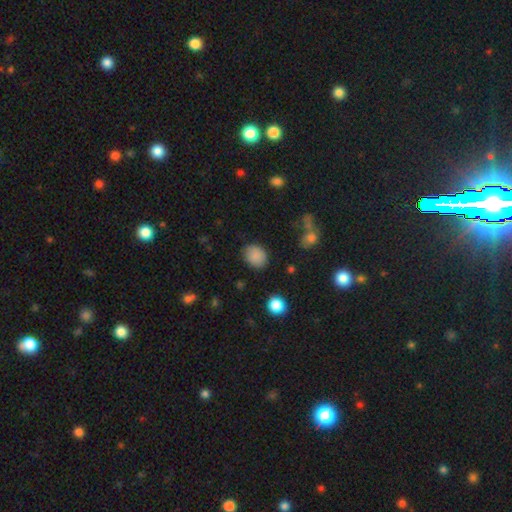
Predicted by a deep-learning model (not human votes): The model was most divided on "how rounded": round: 58%, in between: 41%, cigar-shaped: 1%. More confident: smooth or featured — smooth (86%); merging — none (83%).